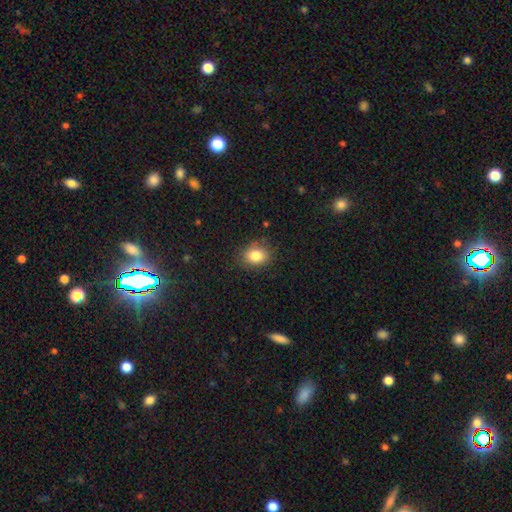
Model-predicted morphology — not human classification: smooth_or_featured: smooth (p=0.84) [alt: star or artifact p=0.10]
how_rounded: in between (p=0.52) [alt: round p=0.47]
merging: none (p=0.82) [alt: minor disturbance p=0.14]